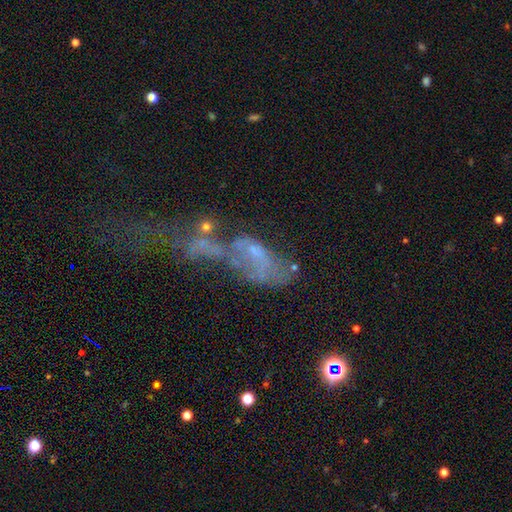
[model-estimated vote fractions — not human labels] Smooth or featured: featured or disk — 51% (smooth — 27%)
Edge-on disk: no — 94% (yes — 6%)
Merging: merger — 50% (major disturbance — 31%)